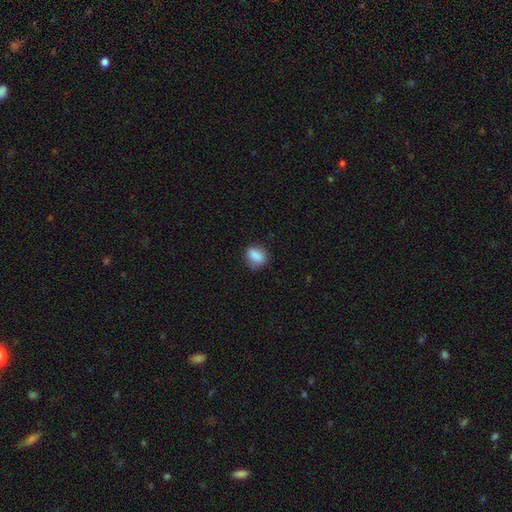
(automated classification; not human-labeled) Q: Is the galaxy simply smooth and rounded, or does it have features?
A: smooth — 85%.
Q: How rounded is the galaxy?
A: in between — 66%.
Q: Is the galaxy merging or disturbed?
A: none — 75%.